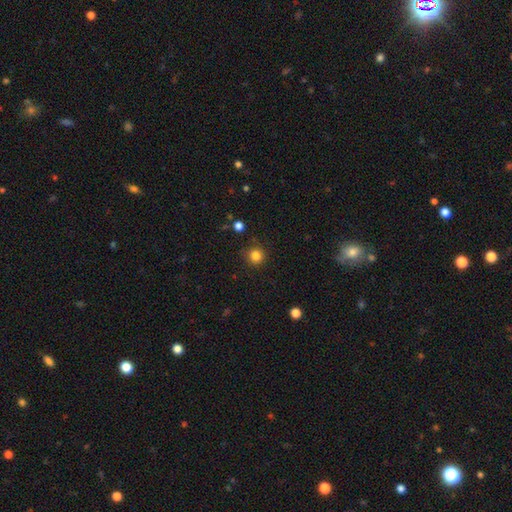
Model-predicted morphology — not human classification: A smooth galaxy with no disk features (83%) that is round (93%).

Vote fractions:
- Smooth or featured? smooth: 83% / star or artifact: 12% / featured or disk: 4%
- How rounded? round: 93% / in between: 6% / cigar-shaped: 1%
- Merging? none: 87% / minor disturbance: 8% / major disturbance: 3% / merger: 2%